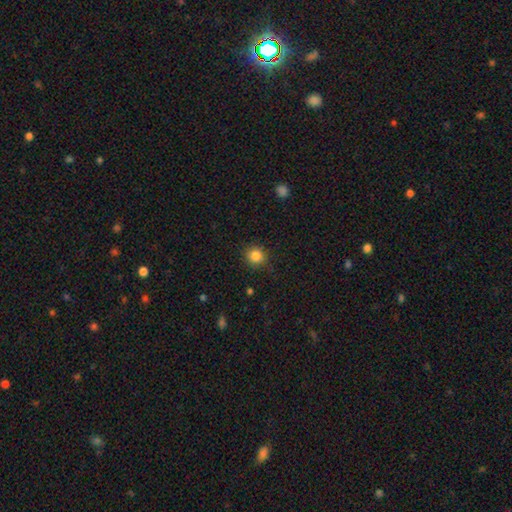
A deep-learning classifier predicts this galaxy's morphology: Smooth or featured: smooth — 85% (star or artifact — 11%)
How rounded: round — 91% (in between — 8%)
Merging: none — 87% (minor disturbance — 9%)